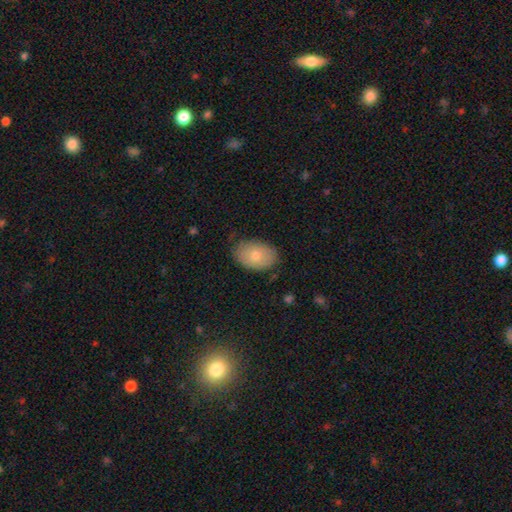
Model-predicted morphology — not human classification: Q: Smooth or featured?
A: smooth (75%); runner-up: featured or disk (18%)
Q: How rounded?
A: in between (85%); runner-up: round (14%)
Q: Merging?
A: none (77%); runner-up: minor disturbance (18%)